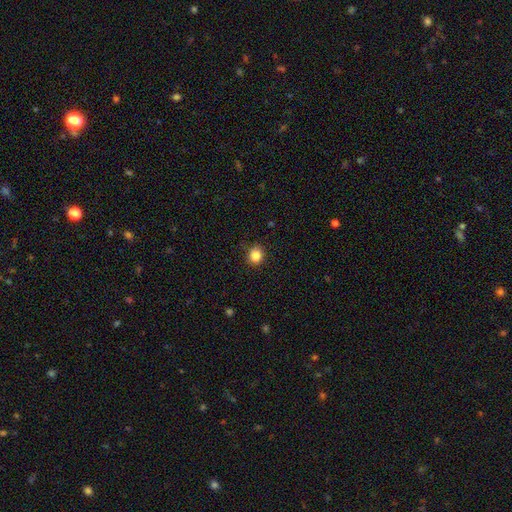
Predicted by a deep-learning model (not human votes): Smooth or featured? smooth (85%)
How rounded? round (82%)
Merging? none (89%)